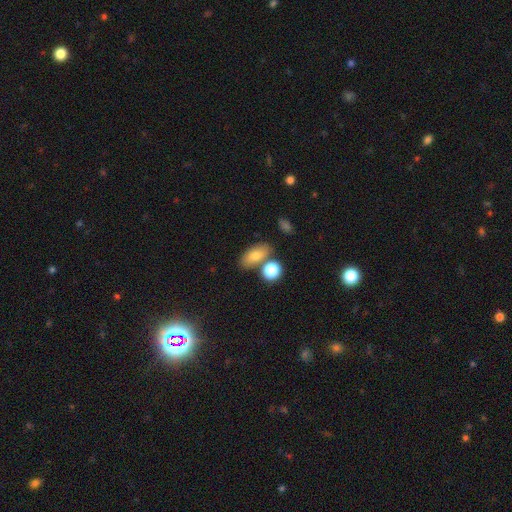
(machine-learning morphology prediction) Q: Smooth or featured?
A: smooth (75%); runner-up: featured or disk (15%)
Q: How rounded?
A: in between (83%); runner-up: round (11%)
Q: Merging?
A: none (65%); runner-up: merger (18%)